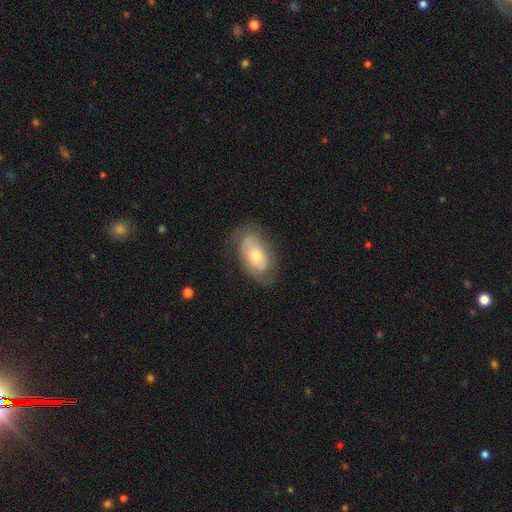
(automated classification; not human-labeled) A featured or disk galaxy (55%) with no bar (77%), spiral arms (61%) and a moderate central bulge (56%). Merging: none (73%).